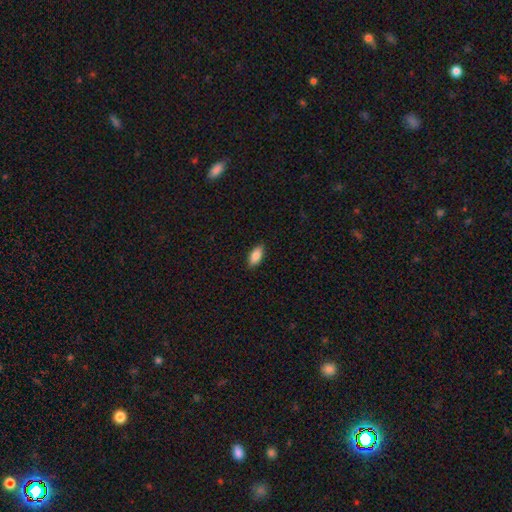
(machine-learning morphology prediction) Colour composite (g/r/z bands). It shows a smooth galaxy with no disk features (86%) that is in between round and cigar-shaped (89%). Merging: none (89%).